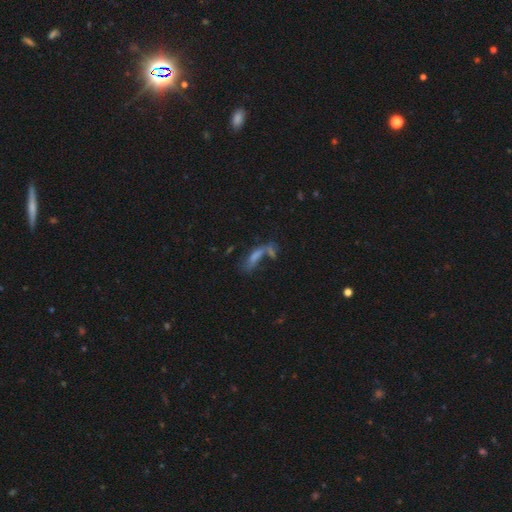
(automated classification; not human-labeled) smooth-or-featured: smooth: 50% | featured or disk: 29% | star or artifact: 21%
  how-rounded: cigar-shaped: 55% | in between: 40% | round: 5%
  merging: merger: 36% | none: 35% | major disturbance: 15% | minor disturbance: 14%